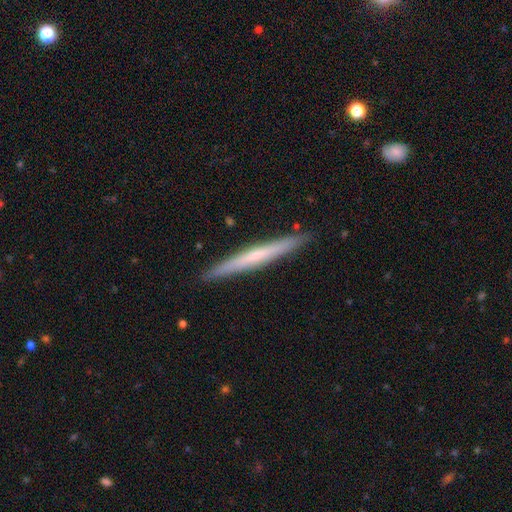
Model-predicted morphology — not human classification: Overall: featured or disk (48%; smooth 47%). Merging: none (92%).